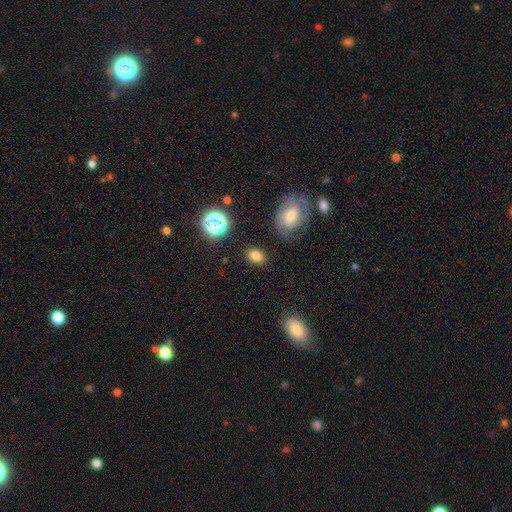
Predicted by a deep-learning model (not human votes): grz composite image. It shows a smooth galaxy with no disk features (75%) that is in between round and cigar-shaped (72%). Merging: none (84%).